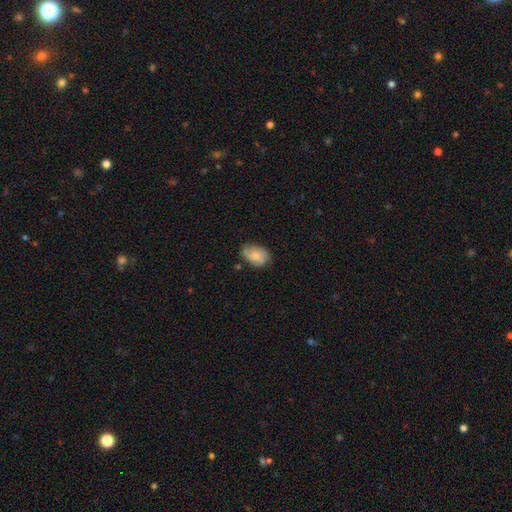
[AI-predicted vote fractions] A smooth galaxy with no disk features (66%) that is in between round and cigar-shaped (83%).

Vote fractions:
- Smooth or featured? smooth: 66% / featured or disk: 26% / star or artifact: 7%
- How rounded? in between: 83% / round: 16% / cigar-shaped: 1%
- Merging? none: 68% / minor disturbance: 25% / major disturbance: 6% / merger: 2%